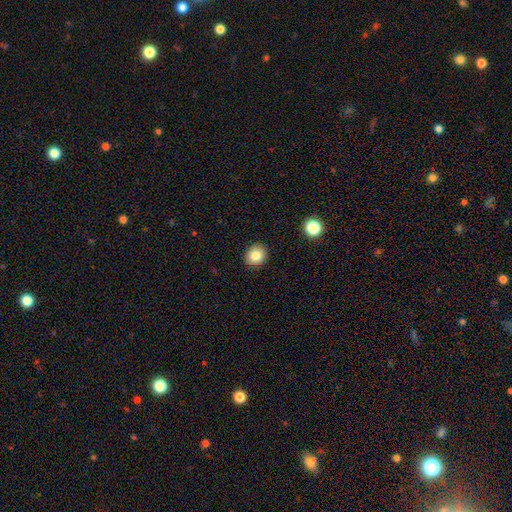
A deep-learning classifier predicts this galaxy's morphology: The model was most divided on "how rounded": round: 77%, in between: 22%, cigar-shaped: 1%. More confident: merging — none (90%); smooth or featured — smooth (82%).